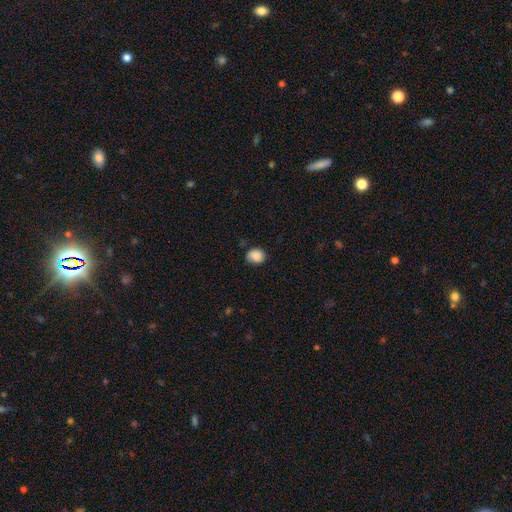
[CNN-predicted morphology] Smooth or featured? Predicted: smooth (p=0.87). How rounded? Predicted: round (p=0.61). Merging? Predicted: none (p=0.75).